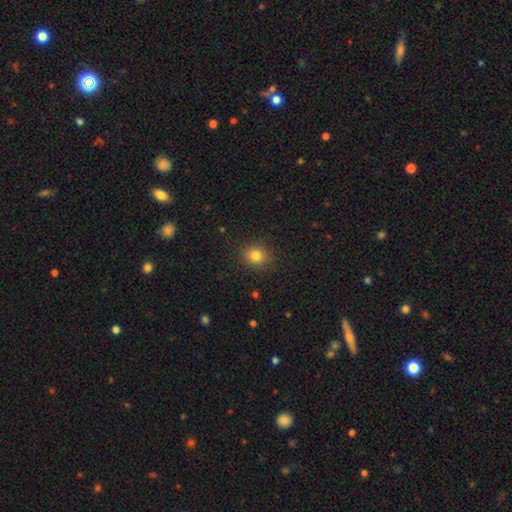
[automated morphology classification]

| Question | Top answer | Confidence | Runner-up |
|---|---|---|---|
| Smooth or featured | smooth | 81% | star or artifact (12%) |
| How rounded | round | 78% | in between (22%) |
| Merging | none | 89% | minor disturbance (7%) |